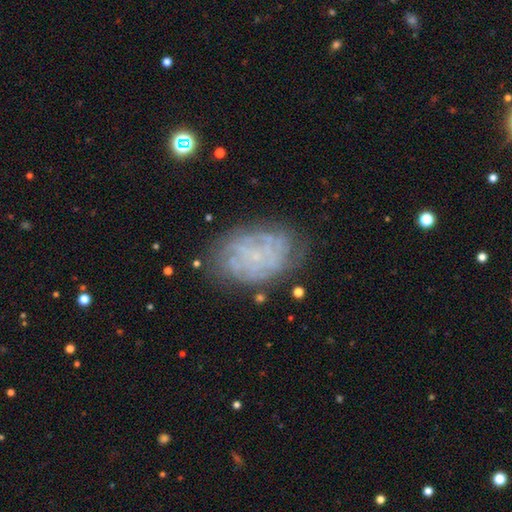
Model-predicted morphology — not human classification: Smooth or featured? featured or disk (66%)
Edge-on disk? no (97%)
Bar? no (81%)
Spiral arms? yes (72%)
Bulge size? small (62%)
Merging? none (70%)